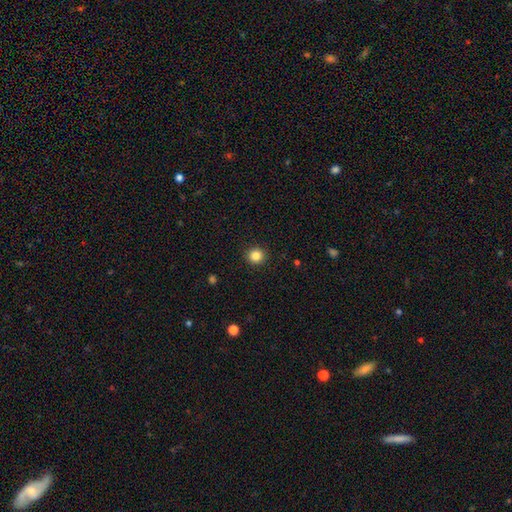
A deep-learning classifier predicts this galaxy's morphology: Smooth or featured? smooth (85%)
How rounded? round (93%)
Merging? none (92%)